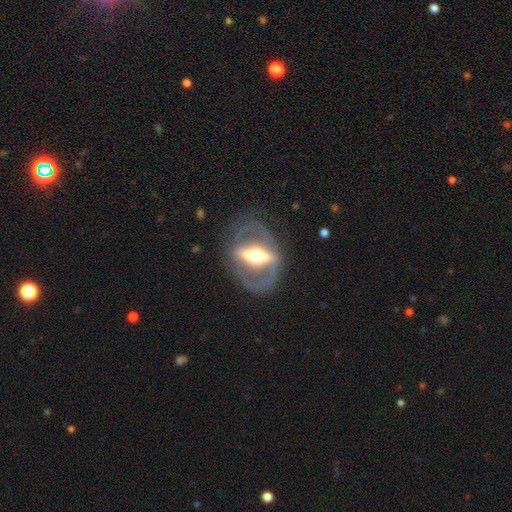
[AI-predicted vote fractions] Smooth or featured? featured or disk (79%)
Edge-on disk? no (75%)
Bar? strong (78%)
Spiral arms? no (60%)
Bulge size? moderate (58%)
Merging? none (68%)